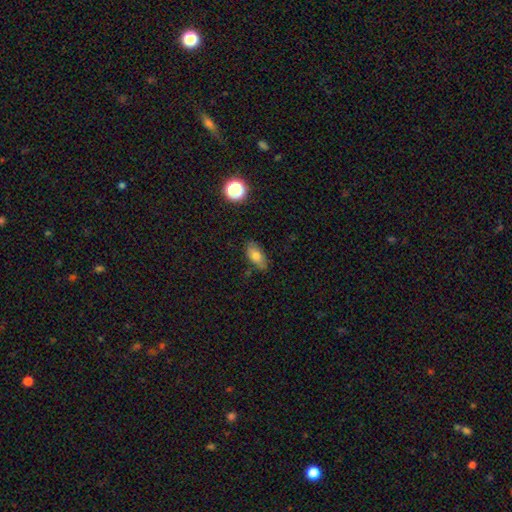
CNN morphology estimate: Q: Smooth or featured?
A: smooth (75%); runner-up: featured or disk (15%)
Q: How rounded?
A: in between (86%); runner-up: cigar-shaped (9%)
Q: Merging?
A: none (82%); runner-up: minor disturbance (14%)